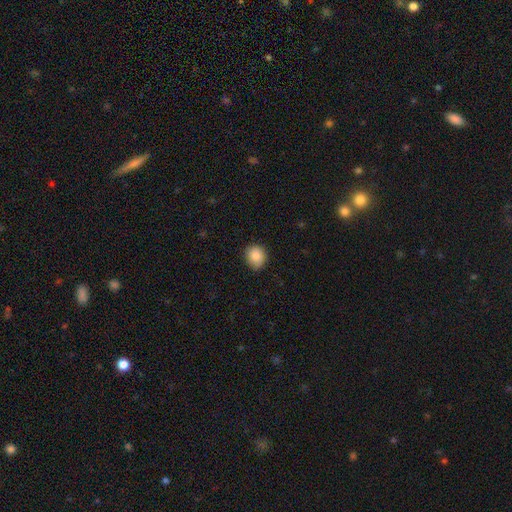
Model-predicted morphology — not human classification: Smooth or featured?
  - smooth: 85% *
  - star or artifact: 9%
  - featured or disk: 6%
How rounded?
  - round: 84% *
  - in between: 15%
  - cigar-shaped: 1%
Merging?
  - none: 83% *
  - minor disturbance: 14%
  - major disturbance: 2%
  - merger: 1%